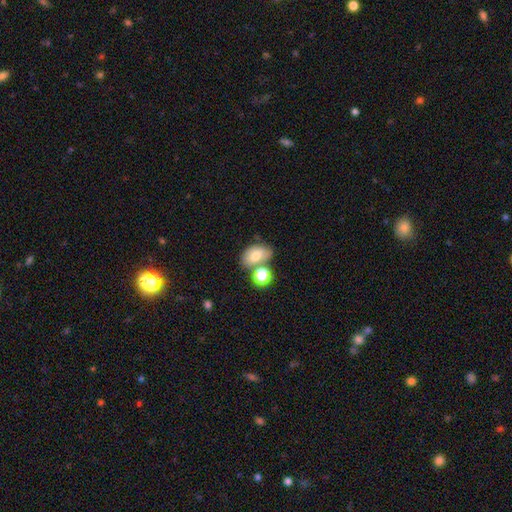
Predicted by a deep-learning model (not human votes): Smooth or featured: smooth — 73% (featured or disk — 16%)
How rounded: in between — 80% (round — 18%)
Merging: none — 53% (merger — 27%)